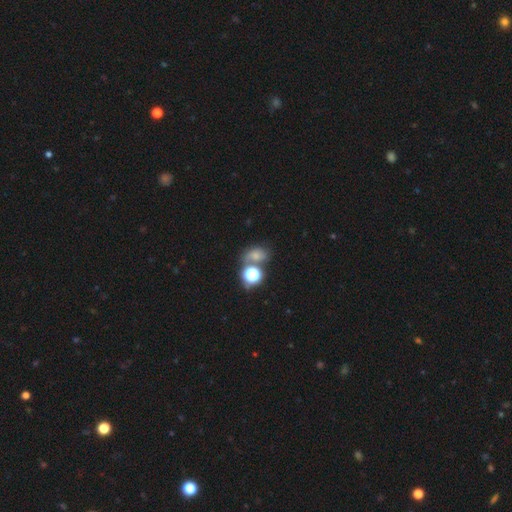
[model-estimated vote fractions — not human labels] Morphology: type=smooth (57%); roundness=in between (54%); merging=none (45%).